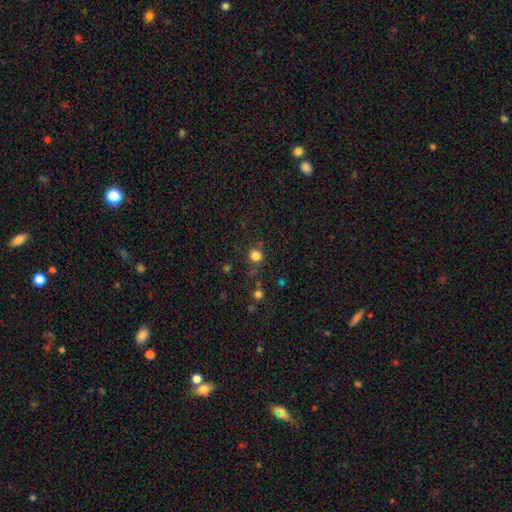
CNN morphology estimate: The model was most divided on "smooth or featured": smooth: 80%, star or artifact: 15%, featured or disk: 4%. More confident: how rounded — round (93%); merging — none (80%).